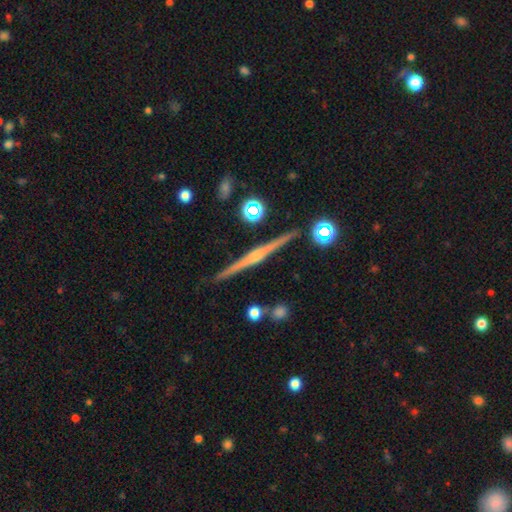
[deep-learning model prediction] Smooth or featured?
  - featured or disk: 82% *
  - smooth: 12%
  - star or artifact: 7%
Edge-on disk?
  - yes: 98% *
  - no: 2%
Edge-on bulge?
  - rounded: 82% *
  - none: 11%
  - boxy: 7%
Merging?
  - none: 91% *
  - minor disturbance: 6%
  - merger: 2%
  - major disturbance: 1%